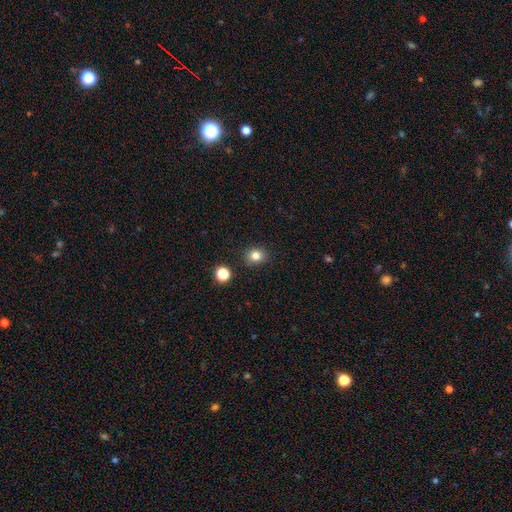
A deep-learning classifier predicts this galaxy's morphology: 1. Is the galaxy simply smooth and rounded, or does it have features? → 82% smooth, 13% star or artifact, 6% featured or disk.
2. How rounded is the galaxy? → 74% round, 25% in between, 1% cigar-shaped.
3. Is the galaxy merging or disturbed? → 87% none, 8% minor disturbance, 2% merger, 2% major disturbance.